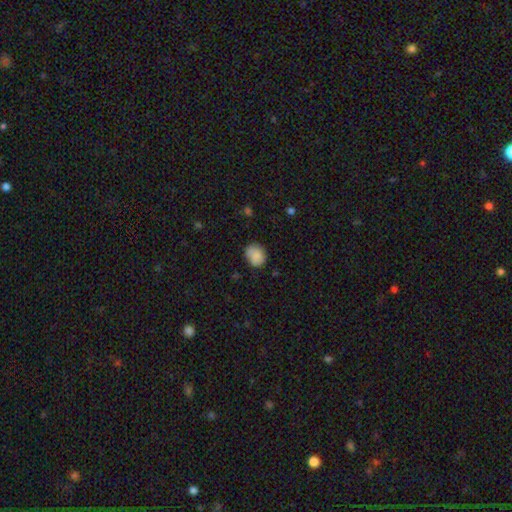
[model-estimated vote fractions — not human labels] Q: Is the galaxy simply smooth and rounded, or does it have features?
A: smooth — 85%.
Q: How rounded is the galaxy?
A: round — 58%.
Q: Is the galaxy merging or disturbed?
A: none — 72%.